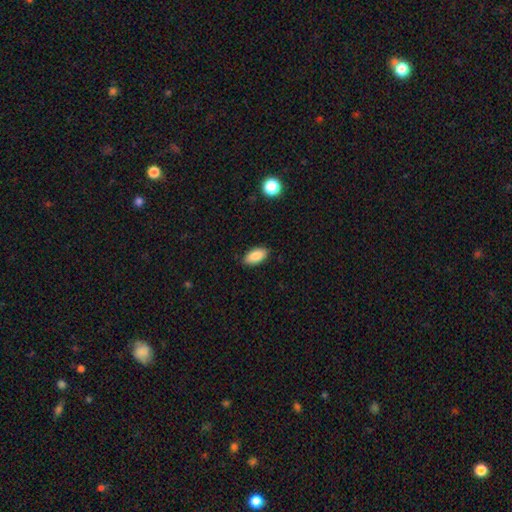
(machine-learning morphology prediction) Smooth or featured? smooth (86%)
How rounded? in between (93%)
Merging? none (88%)